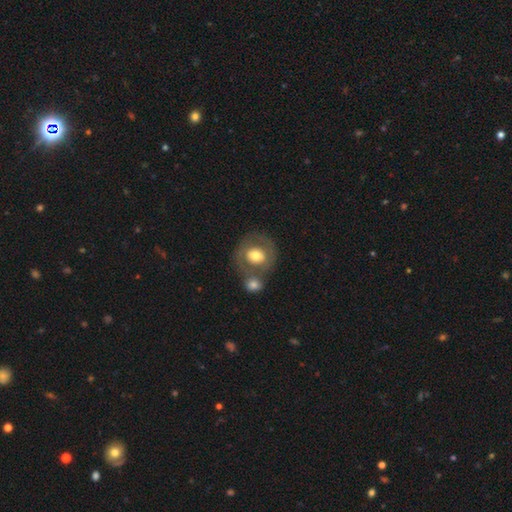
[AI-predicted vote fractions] Overall: smooth (56%; featured or disk 37%). How rounded: round (78%). Merging: none (50%; merger 32%).